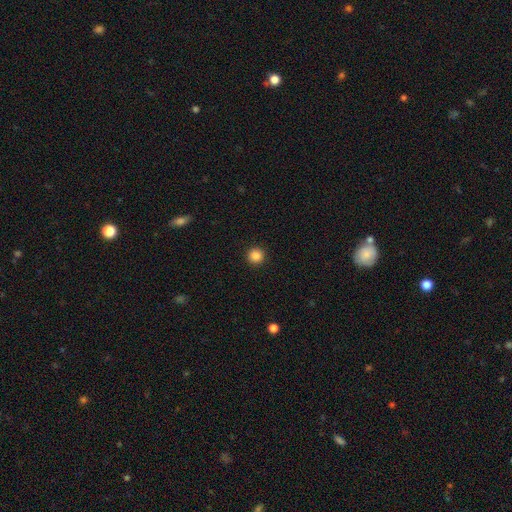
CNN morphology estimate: Smooth or featured: smooth — 87% (star or artifact — 10%)
How rounded: round — 95% (in between — 4%)
Merging: none — 93% (minor disturbance — 4%)